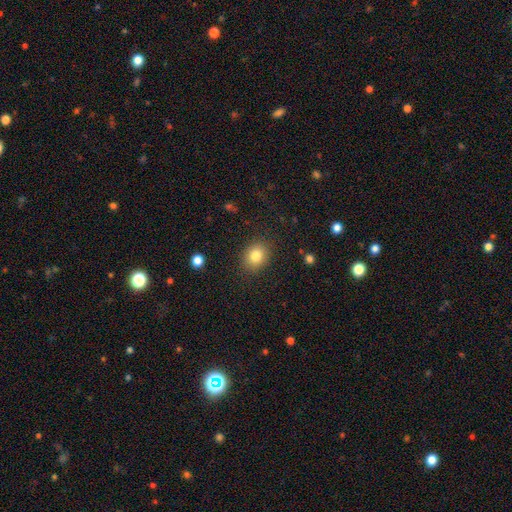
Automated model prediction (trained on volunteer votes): A smooth galaxy with no disk features (82%) that is round (55%).

Vote fractions:
- Smooth or featured? smooth: 82% / star or artifact: 10% / featured or disk: 8%
- How rounded? round: 55% / in between: 44% / cigar-shaped: 1%
- Merging? none: 87% / minor disturbance: 9% / major disturbance: 3% / merger: 1%